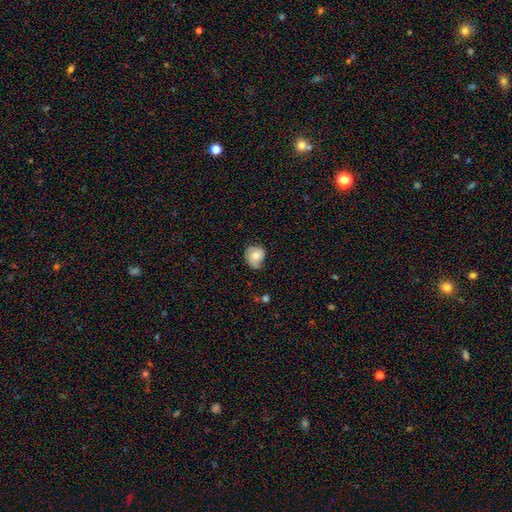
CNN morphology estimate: Overall: smooth (52%; featured or disk 40%). How rounded: round (75%). Merging: none (56%; minor disturbance 32%).